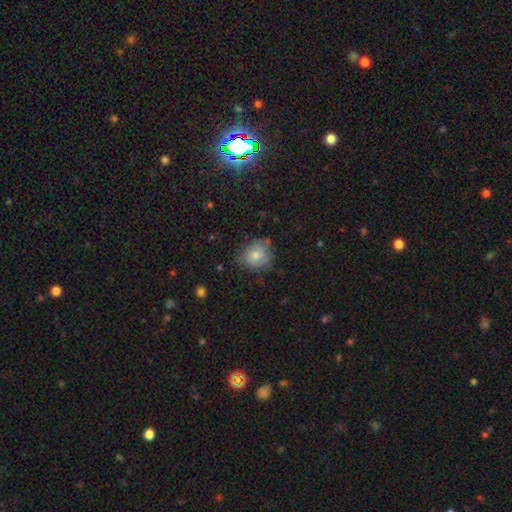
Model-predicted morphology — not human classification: This is likely a smooth galaxy (66%). How rounded: likely round (72%). Merging: likely none (65%).